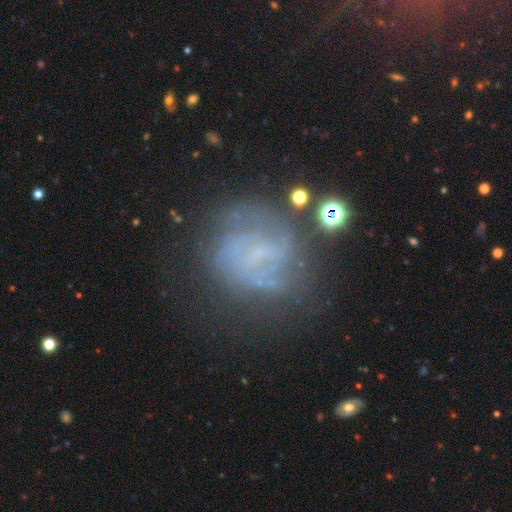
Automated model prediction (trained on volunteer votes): Morphology: type=featured or disk (63%); edge-on=no (97%); bar=no (50%); spiral arms=yes (65%); bulge=none (51%); merging=none (58%).